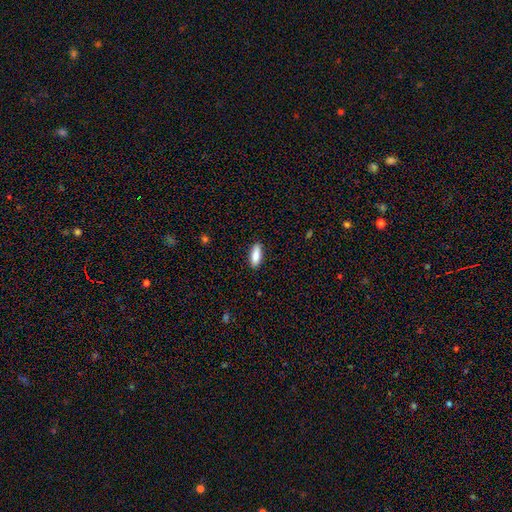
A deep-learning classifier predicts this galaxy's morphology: smooth-or-featured: smooth: 85% | featured or disk: 9% | star or artifact: 6%
  how-rounded: in between: 68% | cigar-shaped: 30% | round: 2%
  merging: none: 88% | minor disturbance: 9% | major disturbance: 2% | merger: 1%